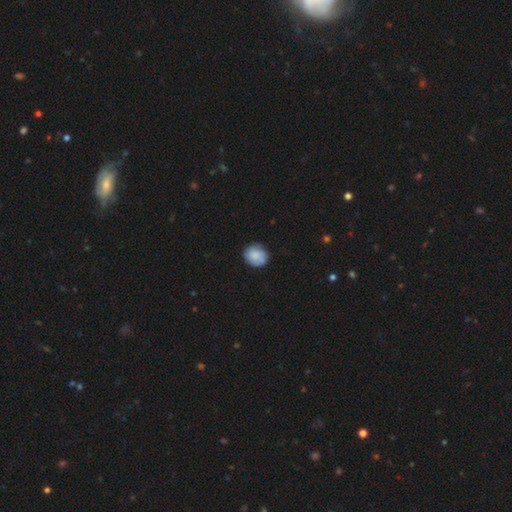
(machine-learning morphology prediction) smooth-or-featured: smooth: 78% | featured or disk: 14% | star or artifact: 7%
  how-rounded: round: 79% | in between: 20% | cigar-shaped: 1%
  merging: none: 73% | minor disturbance: 20% | major disturbance: 4% | merger: 3%